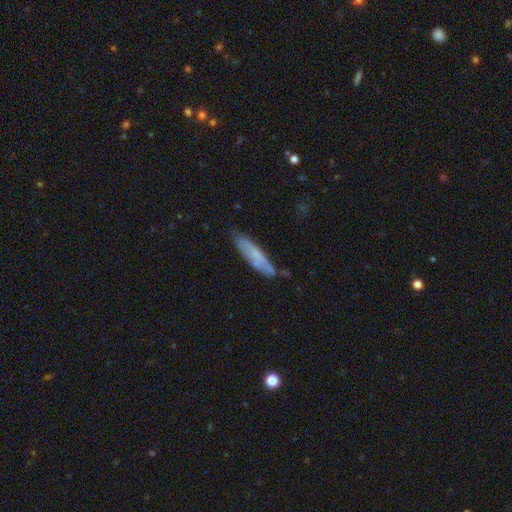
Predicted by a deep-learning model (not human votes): The model was most divided on "smooth or featured": smooth: 57%, featured or disk: 36%, star or artifact: 7%. More confident: how rounded — cigar-shaped (81%); merging — none (73%).